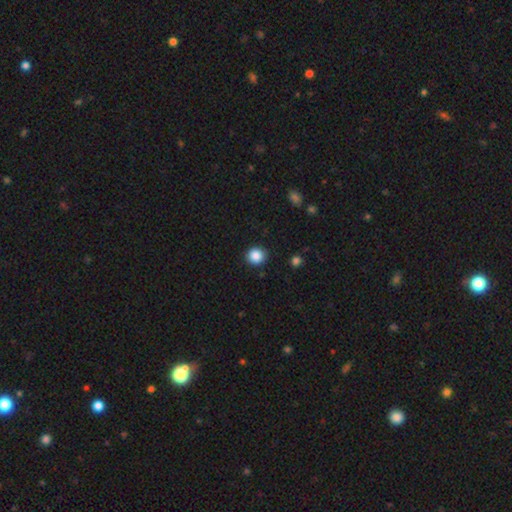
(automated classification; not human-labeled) A smooth galaxy with no disk features (87%) that is round (89%). Merging: none (91%).